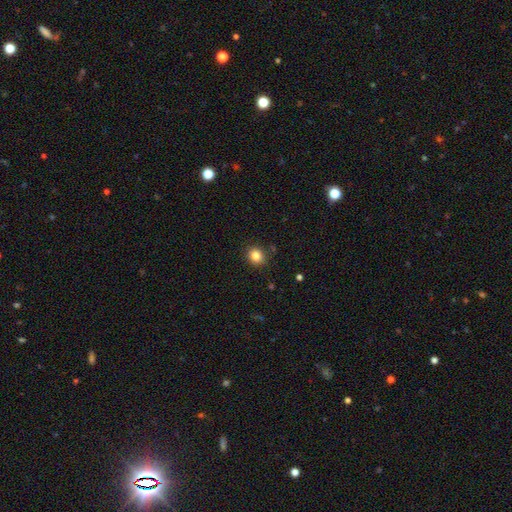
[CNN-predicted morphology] Smooth or featured? smooth (84%)
How rounded? round (75%)
Merging? none (89%)